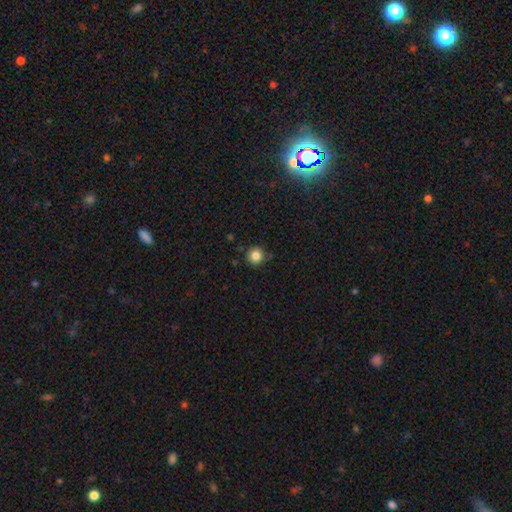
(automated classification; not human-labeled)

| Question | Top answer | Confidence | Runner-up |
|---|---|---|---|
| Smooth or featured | smooth | 83% | star or artifact (11%) |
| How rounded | round | 94% | in between (5%) |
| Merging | none | 86% | minor disturbance (9%) |